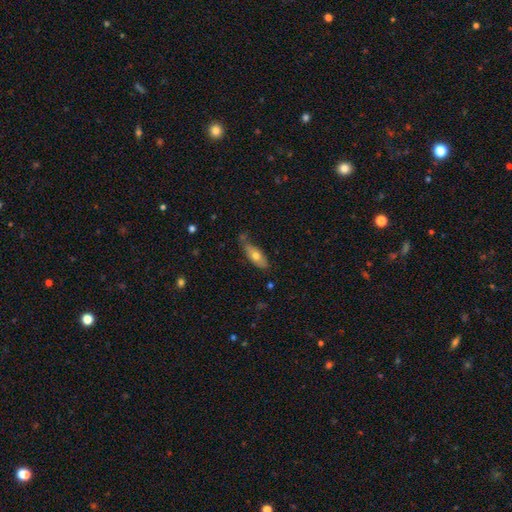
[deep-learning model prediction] This is likely a smooth galaxy (65%). How rounded: likely in between (72%). Merging: possibly none (56%).